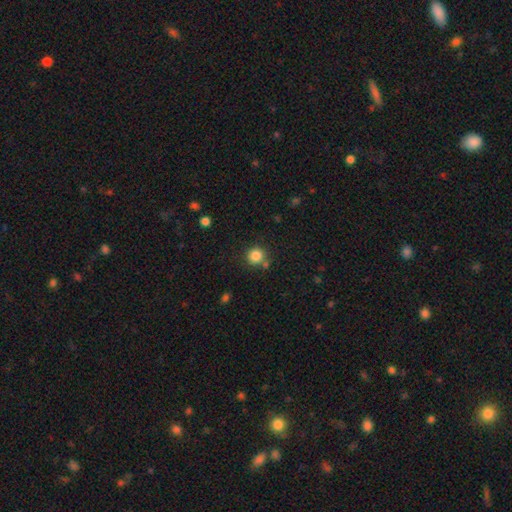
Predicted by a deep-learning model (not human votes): A smooth galaxy with no disk features (84%) that is round (92%).

Vote fractions:
- Smooth or featured? smooth: 84% / star or artifact: 11% / featured or disk: 5%
- How rounded? round: 92% / in between: 8% / cigar-shaped: 1%
- Merging? none: 76% / merger: 10% / minor disturbance: 10% / major disturbance: 3%